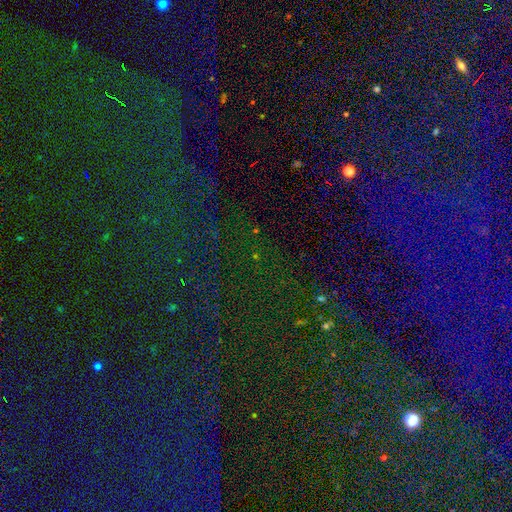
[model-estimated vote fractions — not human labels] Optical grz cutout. It shows a star or artifact, not a galaxy (81%).